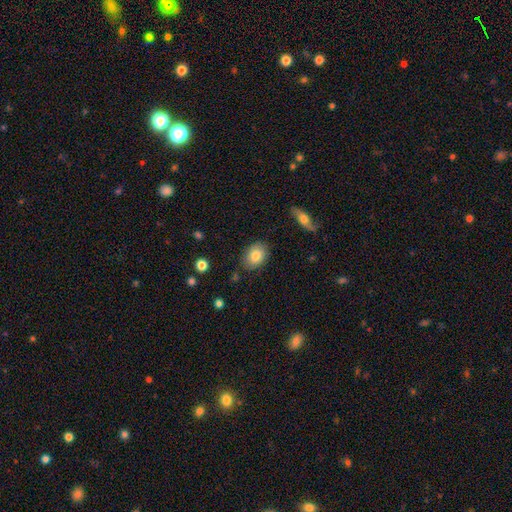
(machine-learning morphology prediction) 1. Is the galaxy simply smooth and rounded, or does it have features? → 82% smooth, 10% featured or disk, 8% star or artifact.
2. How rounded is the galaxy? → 74% in between, 25% round, 1% cigar-shaped.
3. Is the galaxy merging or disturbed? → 83% none, 12% minor disturbance, 3% major disturbance, 2% merger.